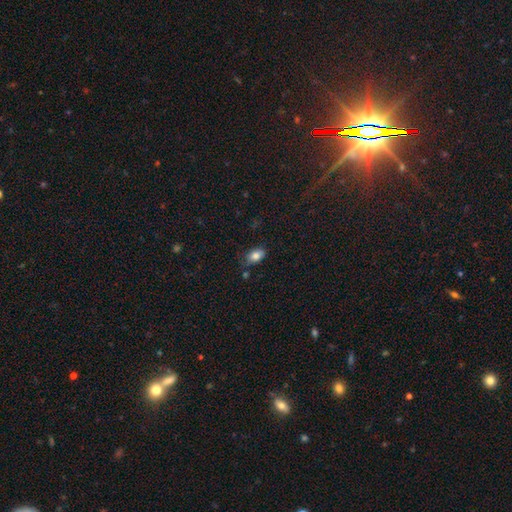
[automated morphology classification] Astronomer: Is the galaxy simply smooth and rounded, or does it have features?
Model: smooth — 83%.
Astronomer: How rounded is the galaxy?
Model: in between — 88%.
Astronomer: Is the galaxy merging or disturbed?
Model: none — 70%.